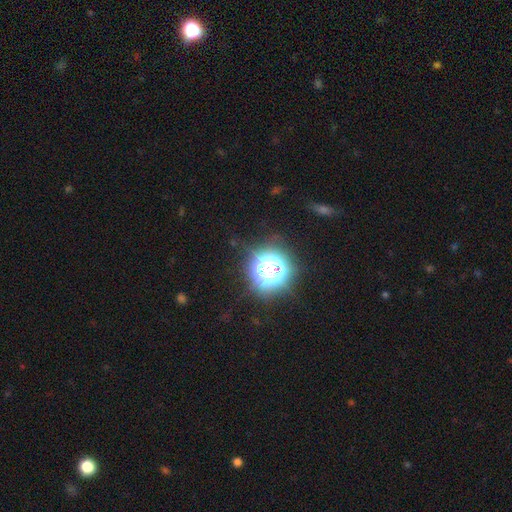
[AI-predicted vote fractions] star or artifact 80%, smooth 14%, featured or disk 6%.